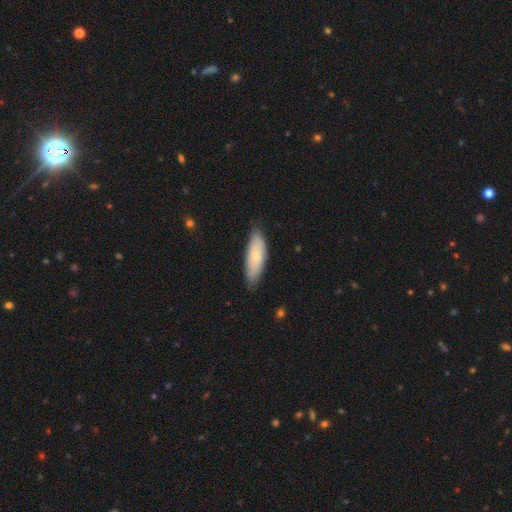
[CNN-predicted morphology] A smooth galaxy with no disk features (71%) that is in between round and cigar-shaped (64%). Merging: none (78%).